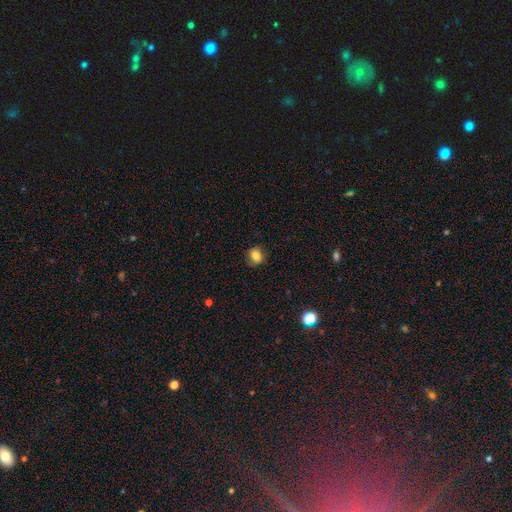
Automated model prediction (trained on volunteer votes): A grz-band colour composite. It shows a smooth galaxy with no disk features (80%) that is round (66%). Merging: none (77%).